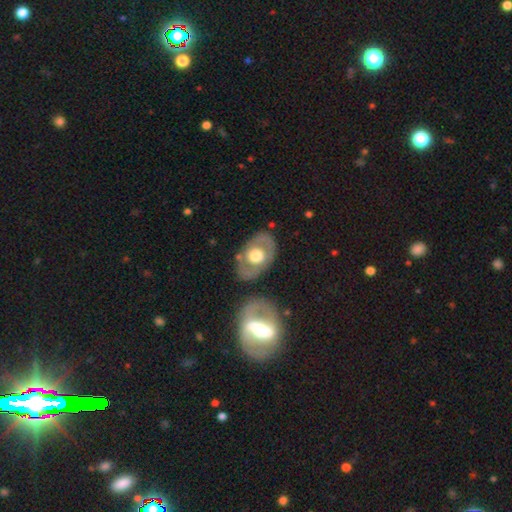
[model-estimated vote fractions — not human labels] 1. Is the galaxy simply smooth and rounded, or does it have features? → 54% featured or disk, 41% smooth, 5% star or artifact.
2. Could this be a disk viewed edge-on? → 91% no, 9% yes.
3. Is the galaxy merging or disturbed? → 76% none, 13% minor disturbance, 6% merger, 5% major disturbance.